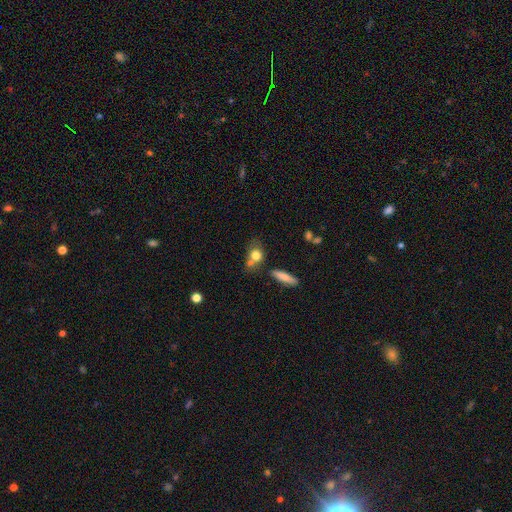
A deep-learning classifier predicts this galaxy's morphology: smooth_or_featured: smooth (p=0.76) [alt: featured or disk p=0.15]
how_rounded: in between (p=0.48) [alt: round p=0.46]
merging: none (p=0.43) [alt: merger p=0.33]